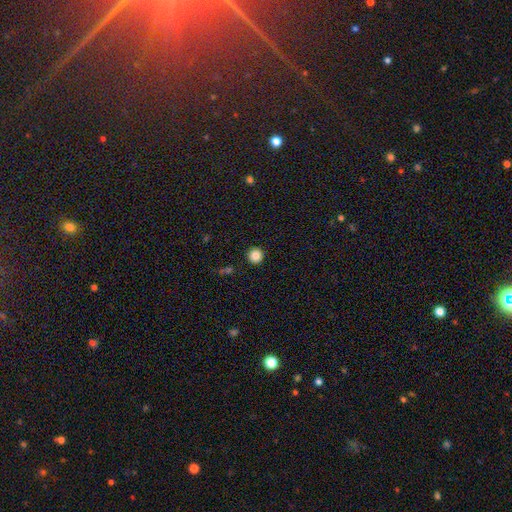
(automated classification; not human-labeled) This appears to be a smooth galaxy with no disk features (86%) that is round (96%). Merging: none (93%).